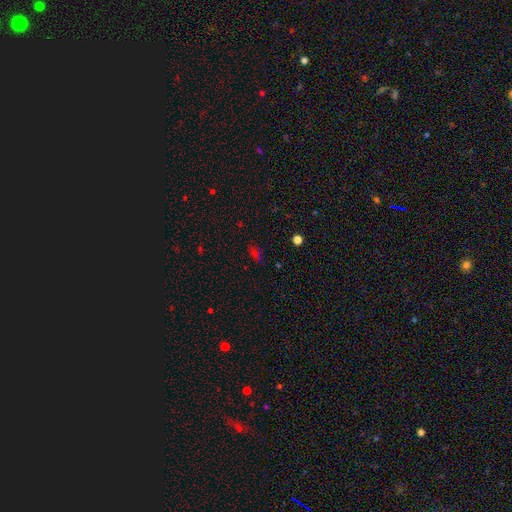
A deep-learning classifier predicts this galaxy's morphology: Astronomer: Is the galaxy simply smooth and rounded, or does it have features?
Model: smooth — 49% (runner-up: star or artifact, 42%).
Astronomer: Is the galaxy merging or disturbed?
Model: none — 74%.